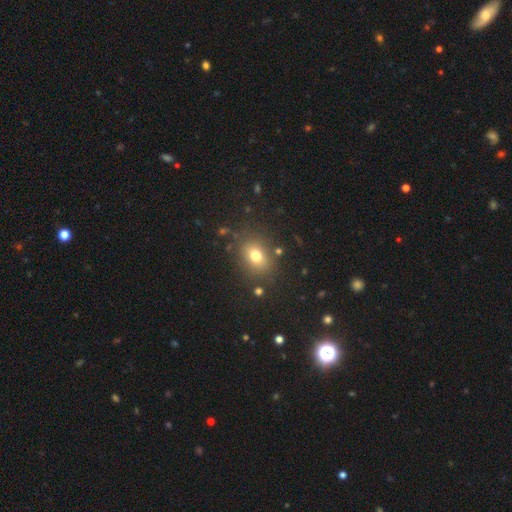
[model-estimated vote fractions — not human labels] Smooth or featured? Predicted: smooth (p=0.75). How rounded? Predicted: in between (p=0.58). Merging? Predicted: none (p=0.82).